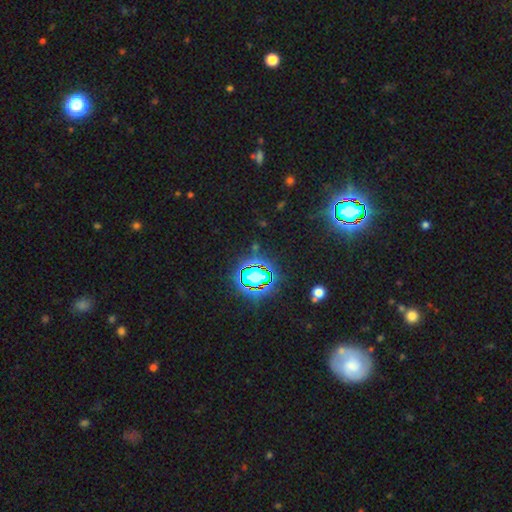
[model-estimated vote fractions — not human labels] Smooth or featured?
  - star or artifact: 77% *
  - smooth: 13%
  - featured or disk: 10%